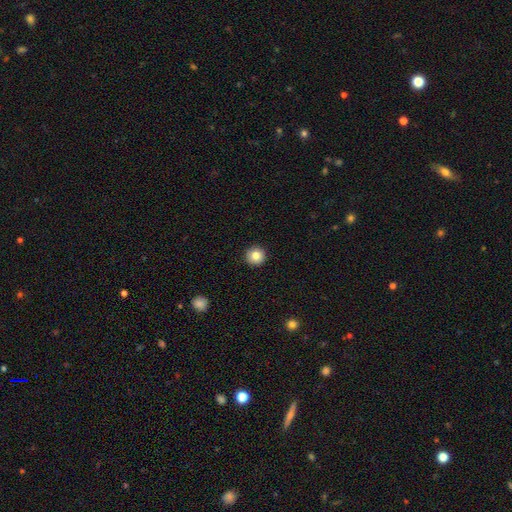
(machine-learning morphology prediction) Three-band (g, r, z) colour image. It shows a smooth galaxy with no disk features (84%) that is round (96%). Merging: none (93%).